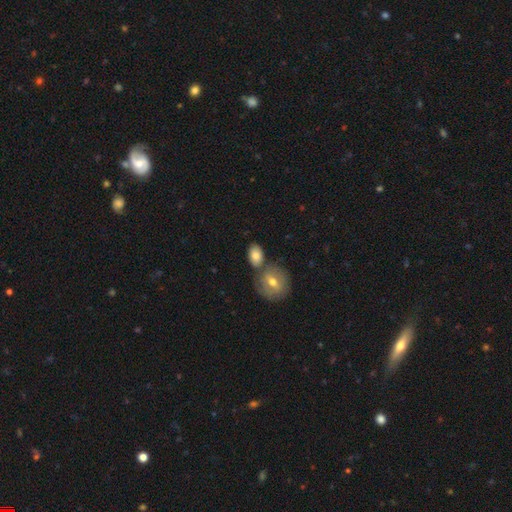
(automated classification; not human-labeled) Q: Smooth or featured?
A: smooth (76%); runner-up: featured or disk (16%)
Q: How rounded?
A: in between (79%); runner-up: round (19%)
Q: Merging?
A: none (57%); runner-up: merger (27%)